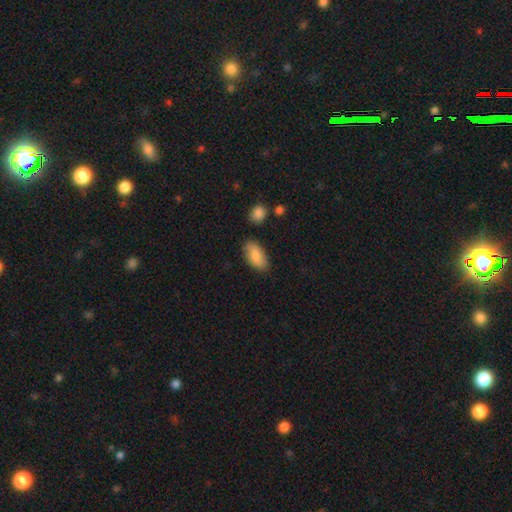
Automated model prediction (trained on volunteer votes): This is clearly a smooth galaxy (83%). How rounded: clearly in between (93%). Merging: likely none (78%).